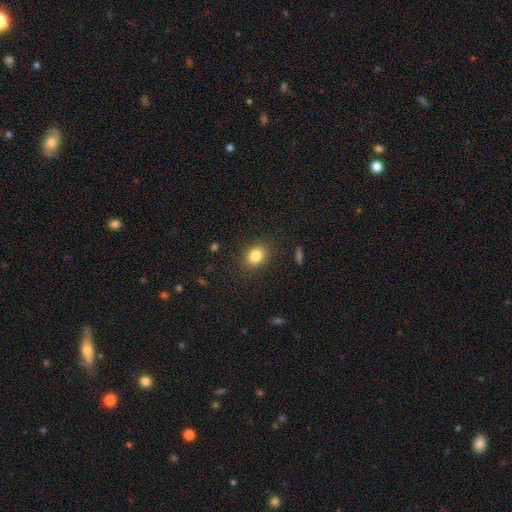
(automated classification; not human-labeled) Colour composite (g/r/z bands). It shows a smooth galaxy with no disk features (83%) that is in between round and cigar-shaped (50%). Merging: none (86%).